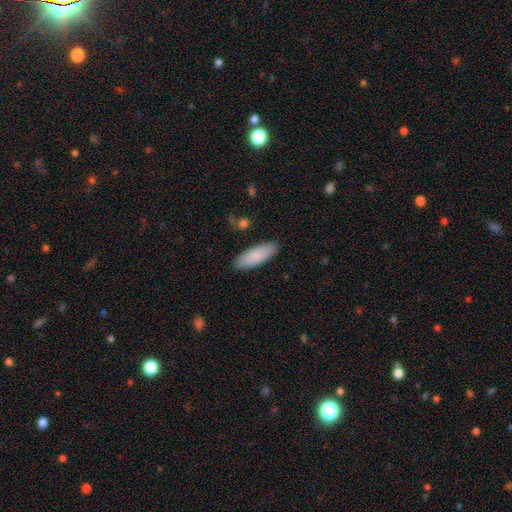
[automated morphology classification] The model was most divided on "how rounded": in between: 63%, cigar-shaped: 35%, round: 2%. More confident: merging — none (87%); smooth or featured — smooth (84%).